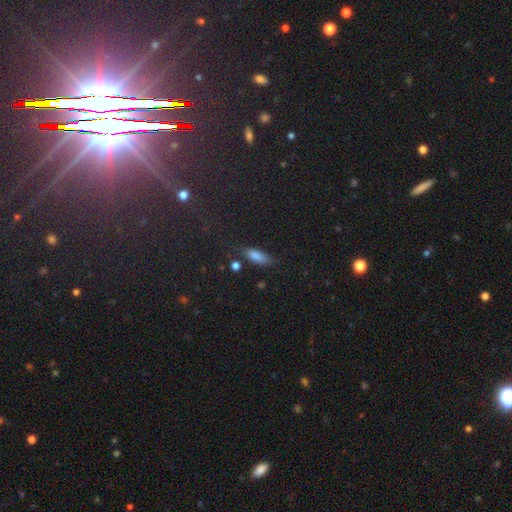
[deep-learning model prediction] The model was most divided on "how rounded": in between: 67%, cigar-shaped: 30%, round: 3%. More confident: smooth or featured — smooth (78%); merging — none (75%).